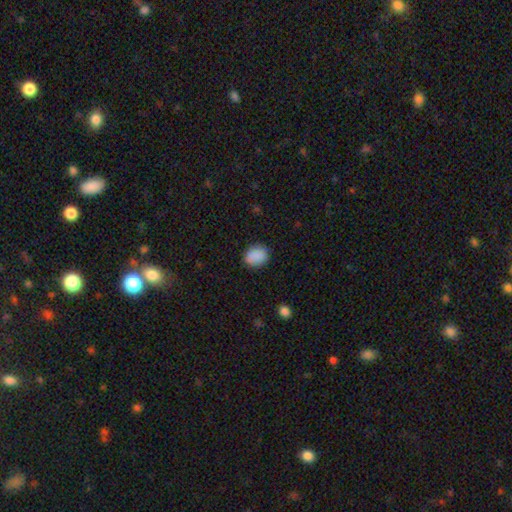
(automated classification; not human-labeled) The model was most divided on "how rounded": round: 56%, in between: 43%, cigar-shaped: 1%. More confident: smooth or featured — smooth (88%); merging — none (83%).